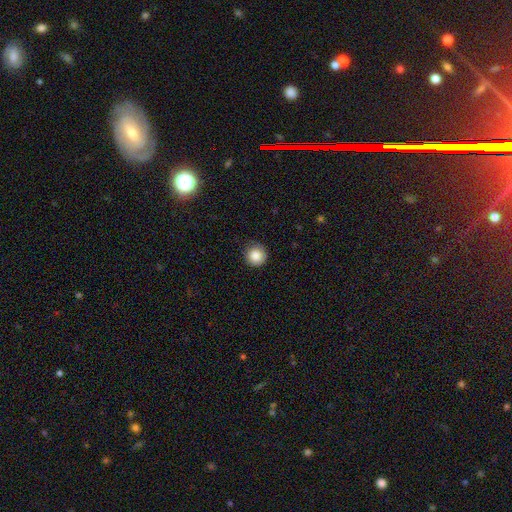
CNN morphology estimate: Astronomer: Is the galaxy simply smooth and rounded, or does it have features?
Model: smooth — 86%.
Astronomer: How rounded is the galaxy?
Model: round — 95%.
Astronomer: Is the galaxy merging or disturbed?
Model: none — 84%.